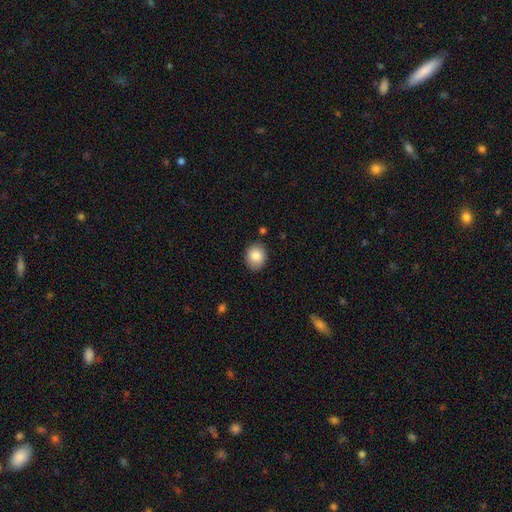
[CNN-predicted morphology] Q: Smooth or featured?
A: smooth (84%); runner-up: star or artifact (8%)
Q: How rounded?
A: round (61%); runner-up: in between (39%)
Q: Merging?
A: none (84%); runner-up: minor disturbance (11%)